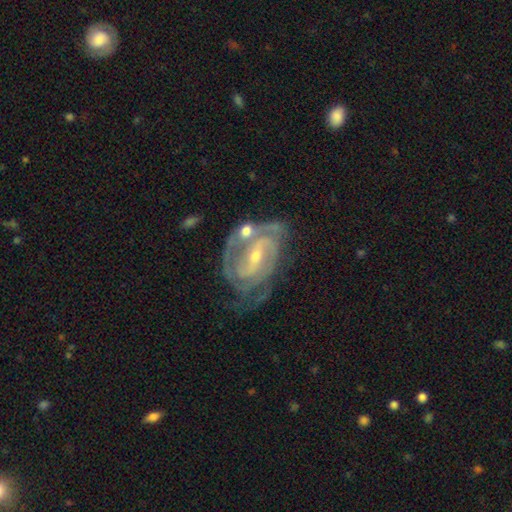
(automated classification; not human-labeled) Overall: featured or disk (91%). Edge-on disk: no (97%). Bar: strong (42%; weak 41%). Spiral arms: yes (98%). Spiral arm count: 2 (52%; 3 23%). Spiral winding: tight (61%; medium 33%). Bulge size: small (61%; moderate 36%). Merging: none (55%; minor disturbance 20%).